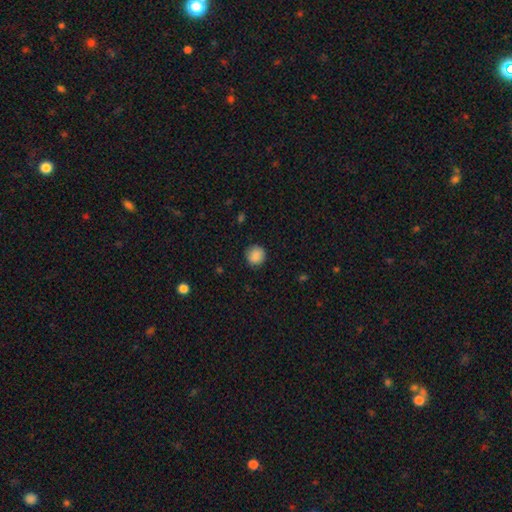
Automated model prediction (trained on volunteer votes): A smooth galaxy with no disk features (88%) that is round (91%).

Vote fractions:
- Smooth or featured? smooth: 88% / star or artifact: 9% / featured or disk: 4%
- How rounded? round: 91% / in between: 8% / cigar-shaped: 1%
- Merging? none: 87% / minor disturbance: 9% / major disturbance: 2% / merger: 1%